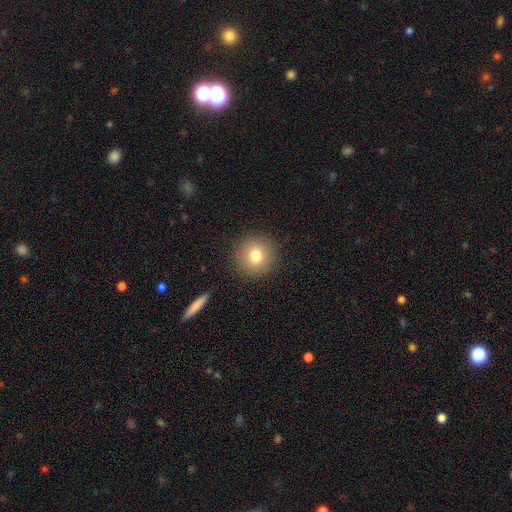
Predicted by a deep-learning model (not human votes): Smooth or featured? Predicted: smooth (p=0.78). How rounded? Predicted: round (p=0.93). Merging? Predicted: none (p=0.90).